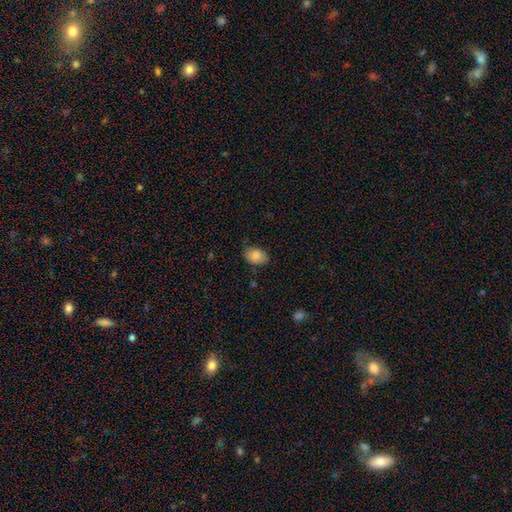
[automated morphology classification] This is clearly a smooth galaxy (85%). How rounded: clearly in between (82%). Merging: likely none (77%).